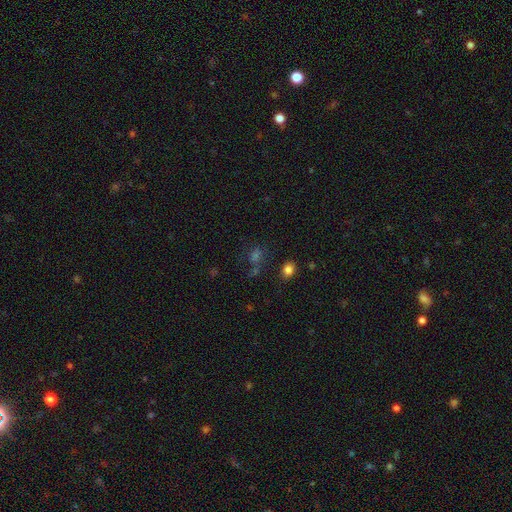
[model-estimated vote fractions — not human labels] Smooth or featured? smooth (47%)
Merging? none (60%)